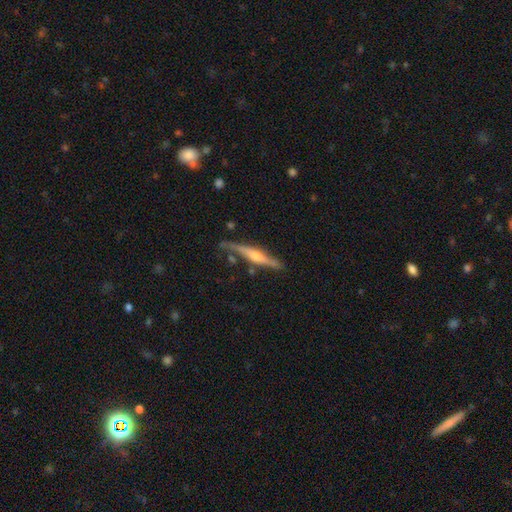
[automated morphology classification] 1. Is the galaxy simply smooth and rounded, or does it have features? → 77% featured or disk, 18% smooth, 5% star or artifact.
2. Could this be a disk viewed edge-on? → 96% yes, 4% no.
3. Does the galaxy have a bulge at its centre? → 86% rounded, 8% none, 6% boxy.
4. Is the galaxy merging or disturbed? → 74% none, 18% minor disturbance, 4% major disturbance, 4% merger.